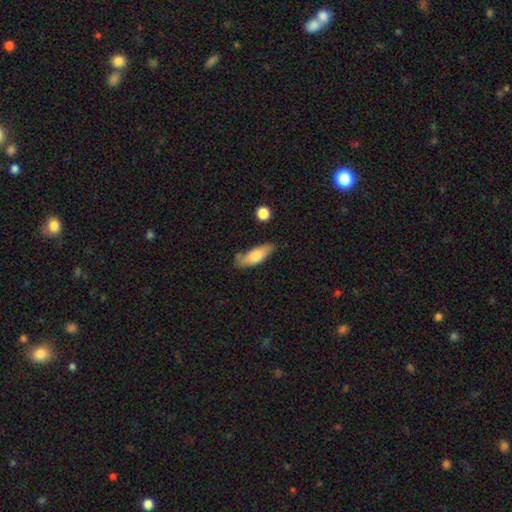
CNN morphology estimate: This appears to be a smooth galaxy with no disk features (74%) that is in between round and cigar-shaped (66%). Merging: none (71%).